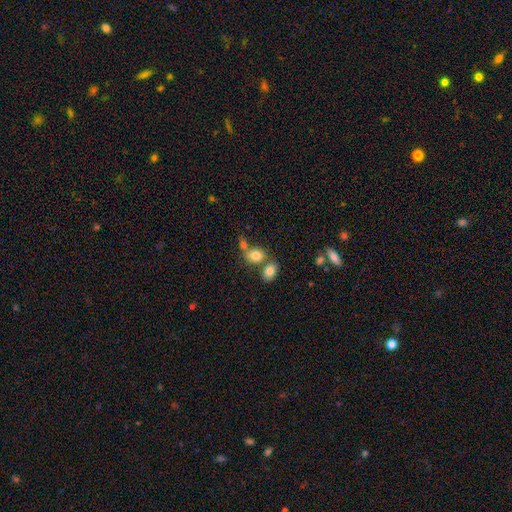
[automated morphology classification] A smooth galaxy with no disk features (81%) that is in between round and cigar-shaped (51%).

Vote fractions:
- Smooth or featured? smooth: 81% / star or artifact: 10% / featured or disk: 9%
- How rounded? in between: 51% / round: 48% / cigar-shaped: 1%
- Merging? none: 44% / merger: 41% / minor disturbance: 11% / major disturbance: 5%